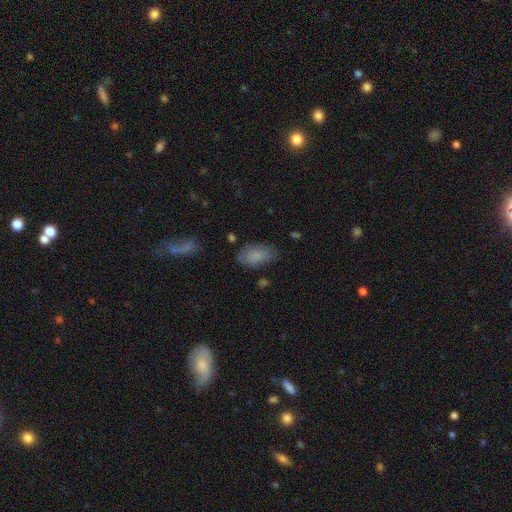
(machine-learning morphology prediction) Q: Smooth or featured?
A: smooth (83%); runner-up: featured or disk (9%)
Q: How rounded?
A: in between (93%); runner-up: round (5%)
Q: Merging?
A: none (72%); runner-up: minor disturbance (19%)